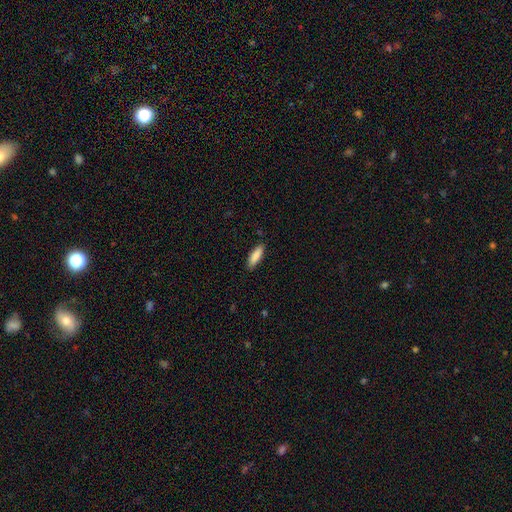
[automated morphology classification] The model was most divided on "how rounded": cigar-shaped: 54%, in between: 44%, round: 1%. More confident: smooth or featured — smooth (87%); merging — none (87%).